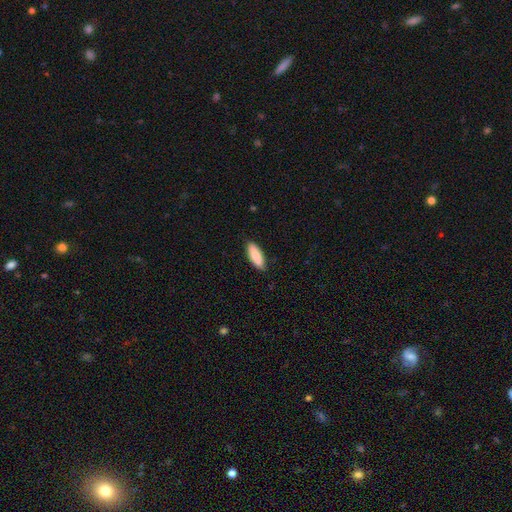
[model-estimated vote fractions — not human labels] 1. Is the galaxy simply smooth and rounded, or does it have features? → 85% smooth, 9% featured or disk, 5% star or artifact.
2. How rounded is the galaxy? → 66% in between, 33% cigar-shaped, 2% round.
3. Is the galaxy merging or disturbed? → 88% none, 10% minor disturbance, 2% major disturbance, 1% merger.